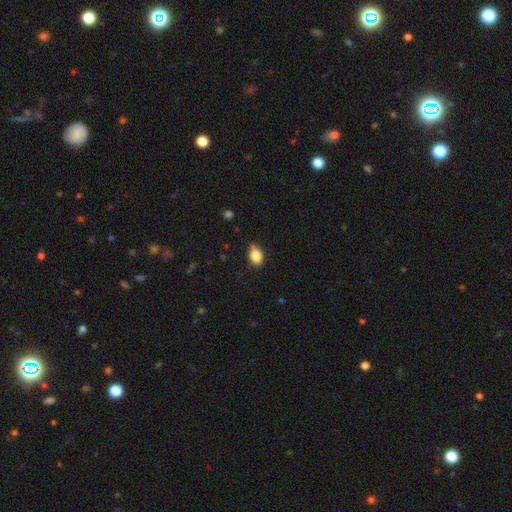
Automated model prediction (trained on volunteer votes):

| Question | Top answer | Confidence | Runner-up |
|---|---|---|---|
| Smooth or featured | smooth | 85% | star or artifact (9%) |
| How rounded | in between | 76% | round (22%) |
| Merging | none | 68% | minor disturbance (26%) |